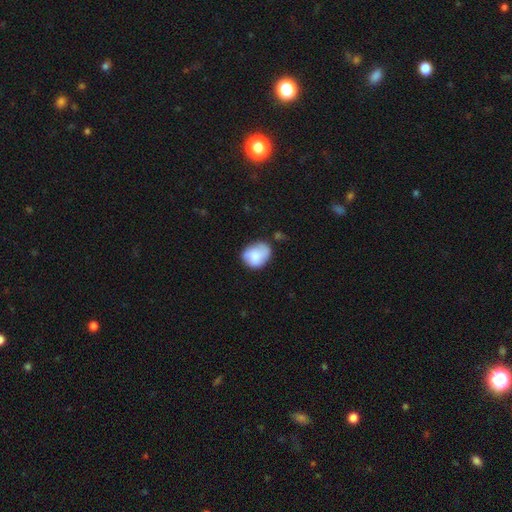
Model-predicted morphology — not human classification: A smooth galaxy with no disk features (72%) that is round (51%). Merging: none (54%).